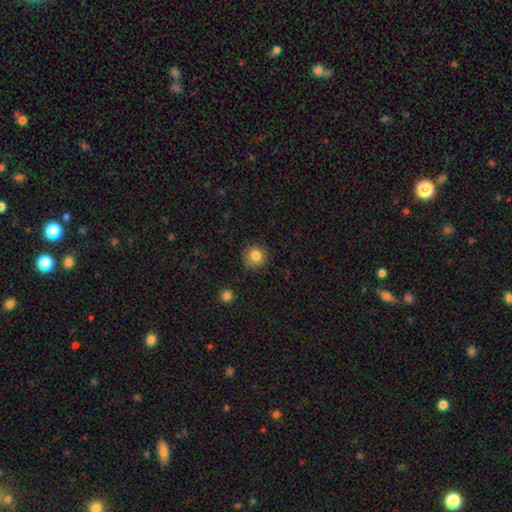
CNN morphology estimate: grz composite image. It shows a smooth galaxy with no disk features (83%) that is round (92%). Merging: none (84%).